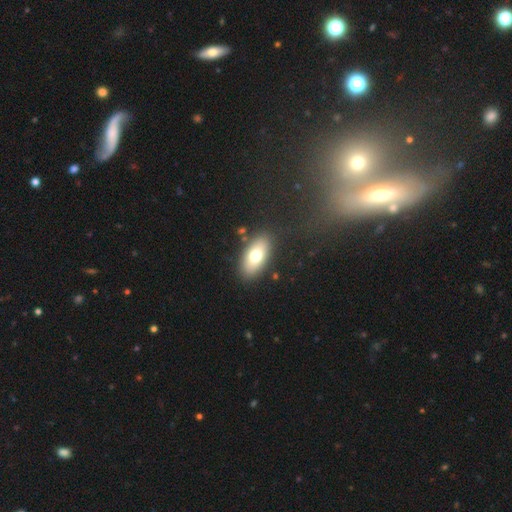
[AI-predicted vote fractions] A smooth galaxy with no disk features (70%) that is in between round and cigar-shaped (89%). Merging: none (85%).